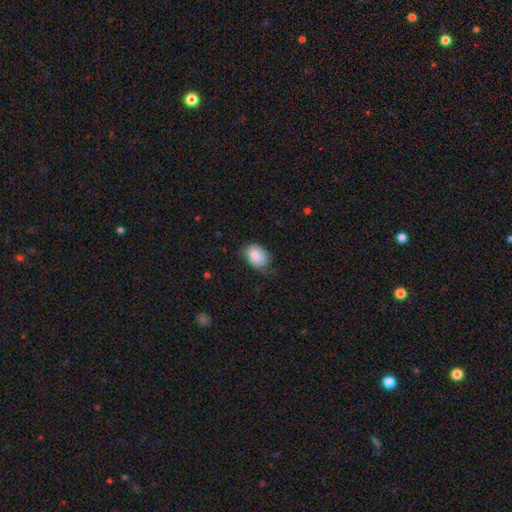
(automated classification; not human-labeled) smooth 84%, featured or disk 9%, star or artifact 7%. Down the decision tree: how rounded — in between (70%); merging — none (62%).